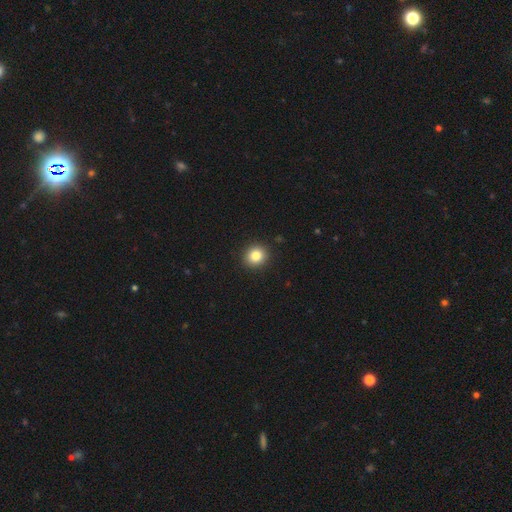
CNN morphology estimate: smooth_or_featured: smooth (p=0.83) [alt: star or artifact p=0.10]
how_rounded: round (p=0.86) [alt: in between p=0.13]
merging: none (p=0.92) [alt: minor disturbance p=0.05]